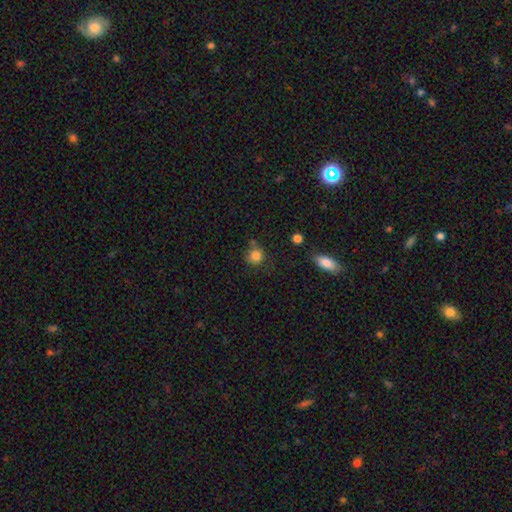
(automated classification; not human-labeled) Smooth or featured? Predicted: smooth (p=0.83). How rounded? Predicted: round (p=0.88). Merging? Predicted: none (p=0.69).